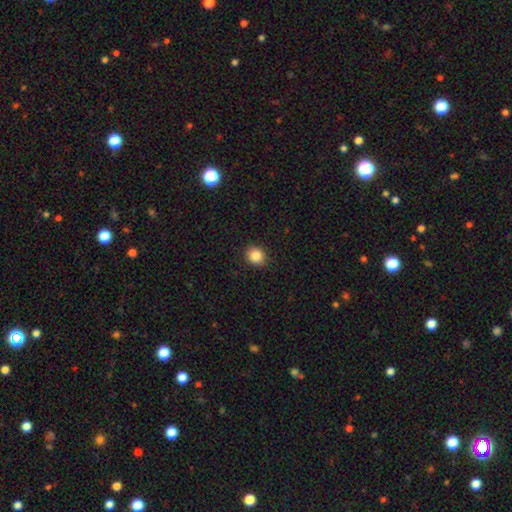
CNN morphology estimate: smooth 87%, star or artifact 10%, featured or disk 4%. Down the decision tree: how rounded — round (71%); merging — none (88%).